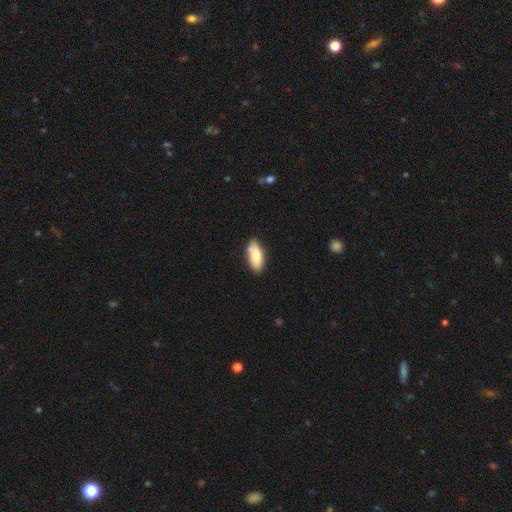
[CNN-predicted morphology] This appears to be a smooth galaxy with no disk features (79%) that is in between round and cigar-shaped (84%). Merging: none (75%).